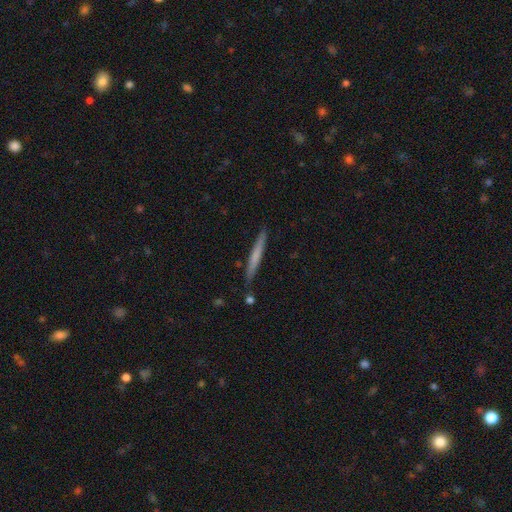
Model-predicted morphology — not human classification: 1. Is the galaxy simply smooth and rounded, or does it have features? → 59% smooth, 35% featured or disk, 6% star or artifact.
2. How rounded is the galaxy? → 96% cigar-shaped, 2% in between, 1% round.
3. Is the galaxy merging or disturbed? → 87% none, 9% minor disturbance, 2% merger, 2% major disturbance.